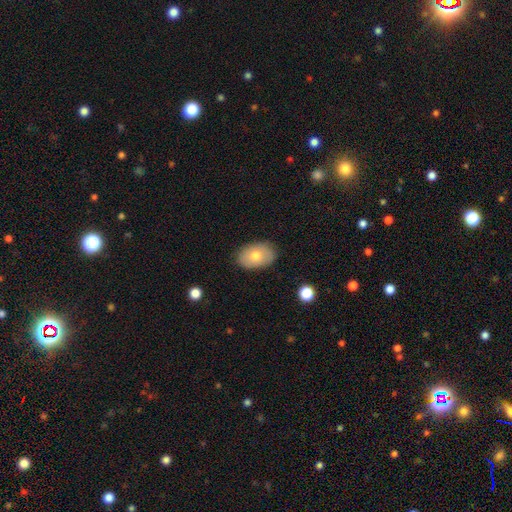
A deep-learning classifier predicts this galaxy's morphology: Smooth or featured: smooth — 72% (featured or disk — 21%)
How rounded: in between — 87% (round — 12%)
Merging: none — 85% (minor disturbance — 11%)